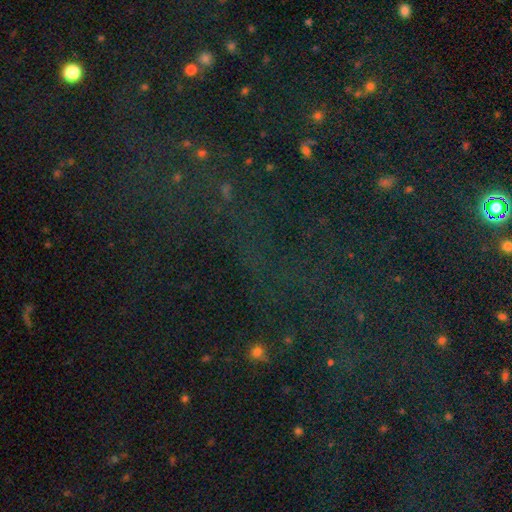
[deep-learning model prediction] Smooth or featured? star or artifact (71%)